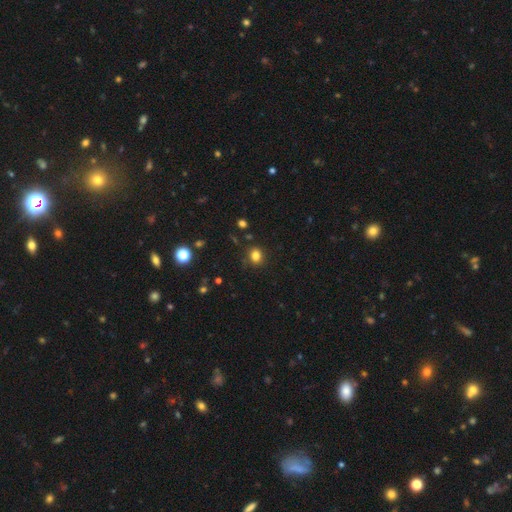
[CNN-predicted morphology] Q: Smooth or featured?
A: smooth (81%); runner-up: star or artifact (14%)
Q: How rounded?
A: round (64%); runner-up: in between (35%)
Q: Merging?
A: none (85%); runner-up: minor disturbance (10%)